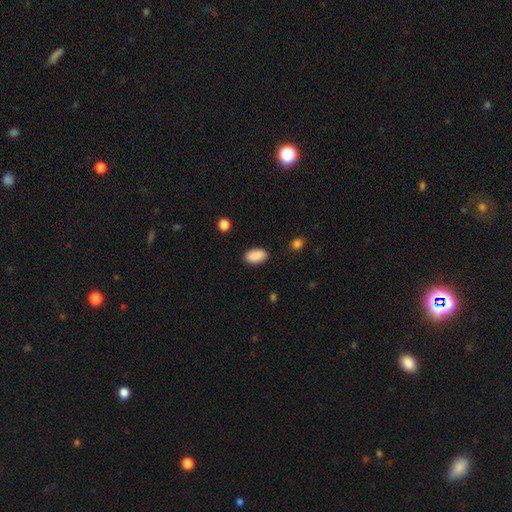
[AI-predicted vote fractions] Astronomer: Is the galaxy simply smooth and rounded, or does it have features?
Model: smooth — 90%.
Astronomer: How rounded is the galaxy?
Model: in between — 93%.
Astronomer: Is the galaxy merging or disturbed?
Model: none — 87%.